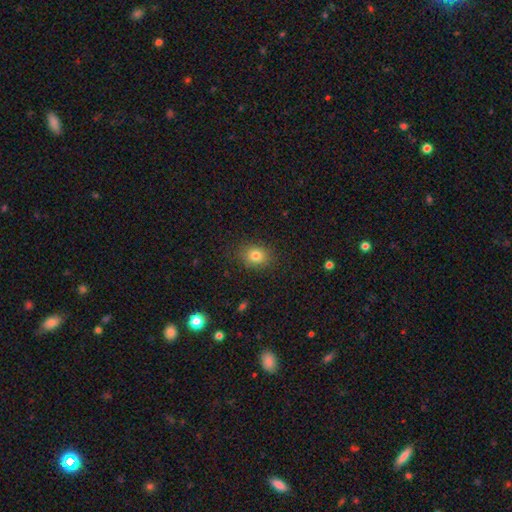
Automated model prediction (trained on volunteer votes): The model was most divided on "how rounded": round: 53%, in between: 46%, cigar-shaped: 1%. More confident: merging — none (87%); smooth or featured — smooth (81%).